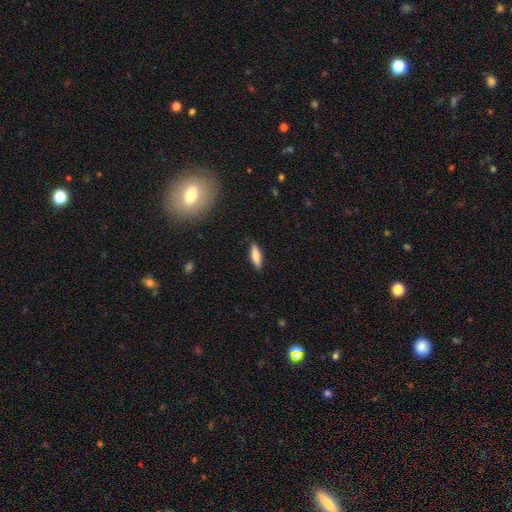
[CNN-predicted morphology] Smooth or featured? Predicted: smooth (p=0.74). How rounded? Predicted: cigar-shaped (p=0.57). Merging? Predicted: none (p=0.85).